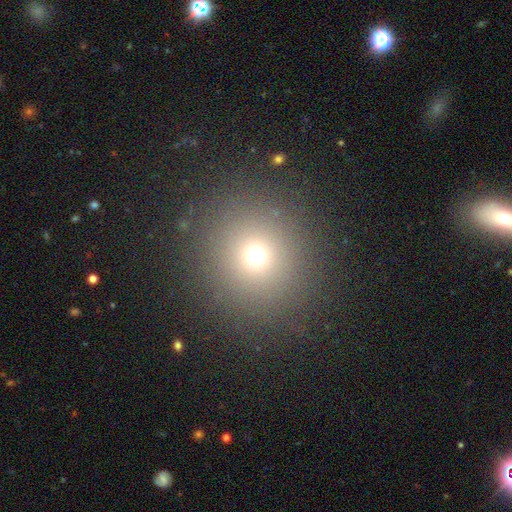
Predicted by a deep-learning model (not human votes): smooth 69%, star or artifact 23%, featured or disk 9%. Down the decision tree: how rounded — round (93%); merging — none (88%).